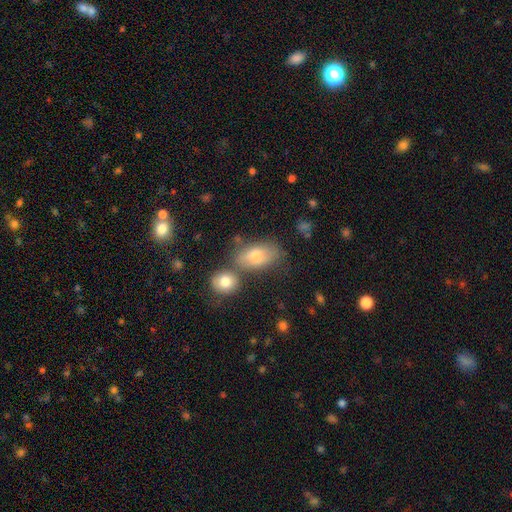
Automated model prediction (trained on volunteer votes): smooth 73%, featured or disk 17%, star or artifact 10%. Down the decision tree: how rounded — in between (87%); merging — none (54%).